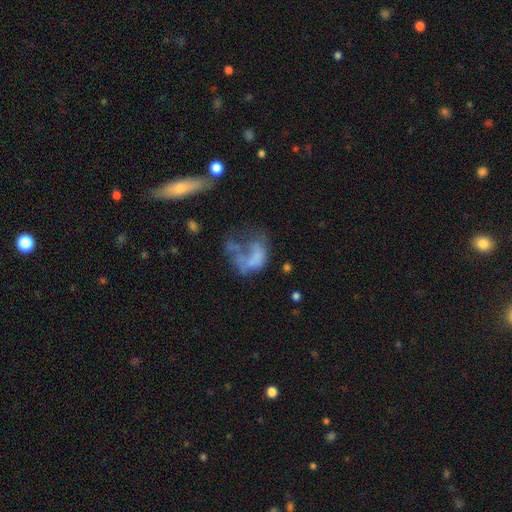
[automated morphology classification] Smooth or featured: featured or disk — 46% (smooth — 40%)
Merging: major disturbance — 46% (merger — 23%)